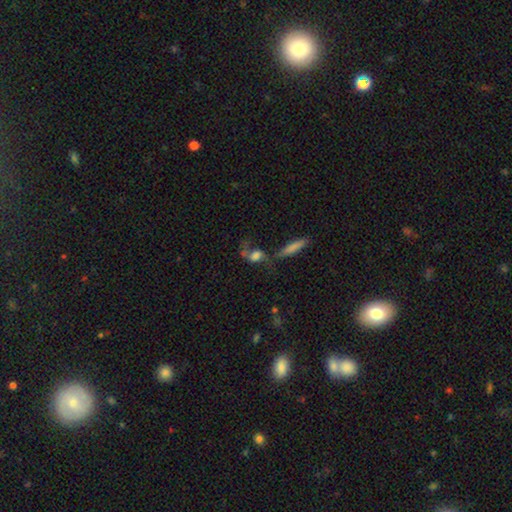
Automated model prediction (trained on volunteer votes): The model was most divided on "smooth or featured": smooth: 45%, featured or disk: 41%, star or artifact: 14%. Remaining: merging — none (37%).